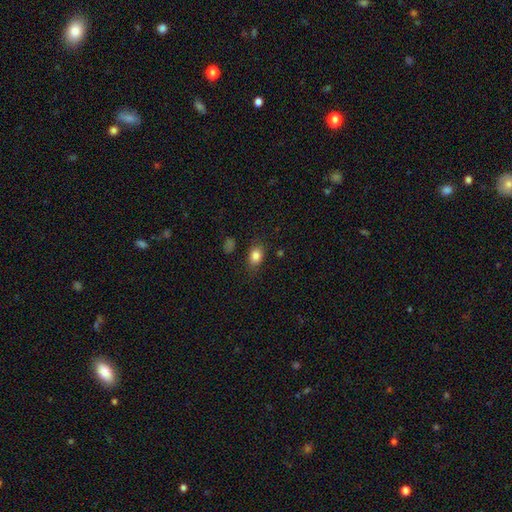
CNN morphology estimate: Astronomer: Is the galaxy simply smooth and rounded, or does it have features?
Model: smooth — 83%.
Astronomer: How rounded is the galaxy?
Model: in between — 72%.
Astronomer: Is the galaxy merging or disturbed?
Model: none — 79%.